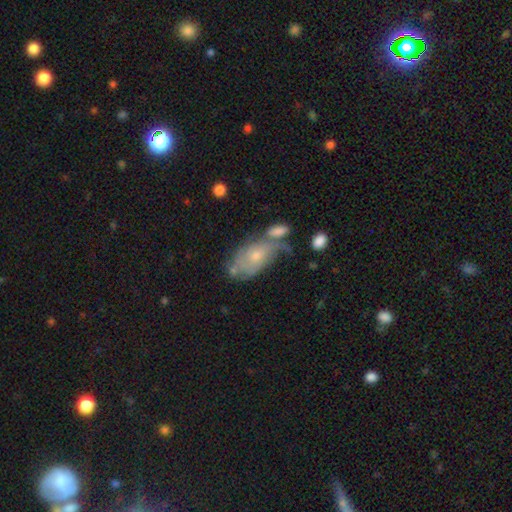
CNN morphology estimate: A smooth galaxy with no disk features (49%).

Vote fractions:
- Smooth or featured? smooth: 49% / featured or disk: 42% / star or artifact: 8%
- Merging? none: 34% / merger: 30% / minor disturbance: 23% / major disturbance: 13%